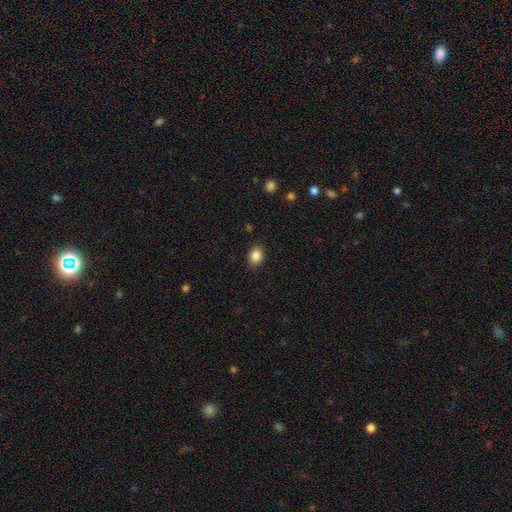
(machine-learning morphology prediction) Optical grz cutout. It shows a smooth galaxy with no disk features (86%) that is in between round and cigar-shaped (62%). Merging: none (88%).